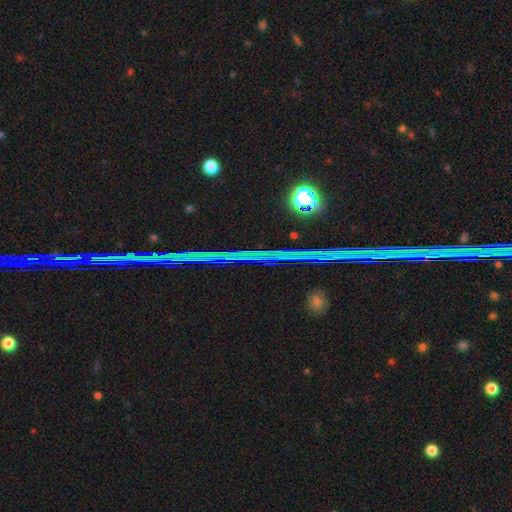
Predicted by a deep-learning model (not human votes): Morphology: type=star or artifact (86%).